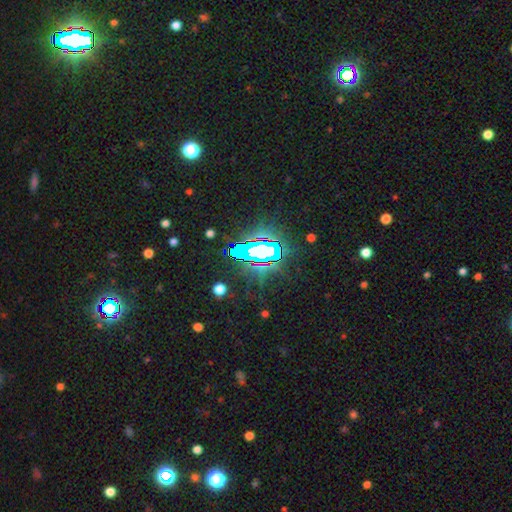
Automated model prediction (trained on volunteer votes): Smooth or featured: star or artifact — 76% (smooth — 13%)